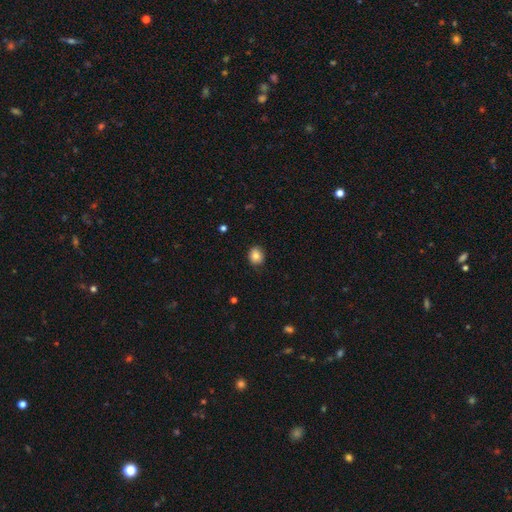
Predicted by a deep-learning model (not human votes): This is clearly a smooth galaxy (83%). How rounded: likely round (69%). Merging: clearly none (86%).